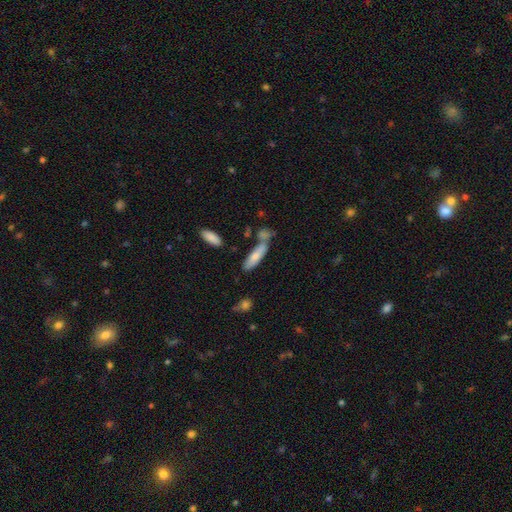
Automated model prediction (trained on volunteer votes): Smooth or featured? smooth (73%)
How rounded? cigar-shaped (59%)
Merging? none (55%)